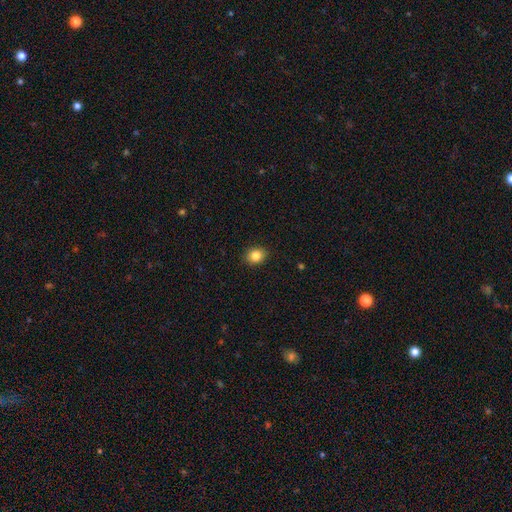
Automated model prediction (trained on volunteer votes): Smooth or featured: smooth — 84% (star or artifact — 10%)
How rounded: round — 56% (in between — 43%)
Merging: none — 90% (minor disturbance — 7%)